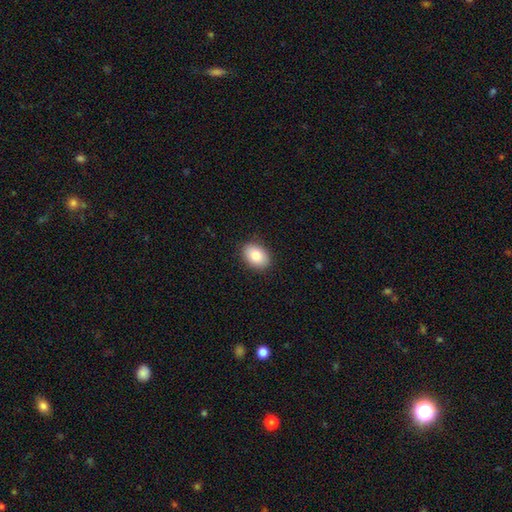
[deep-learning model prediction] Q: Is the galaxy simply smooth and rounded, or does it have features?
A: smooth — 83%.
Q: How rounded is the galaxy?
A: in between — 81%.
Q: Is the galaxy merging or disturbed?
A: none — 89%.